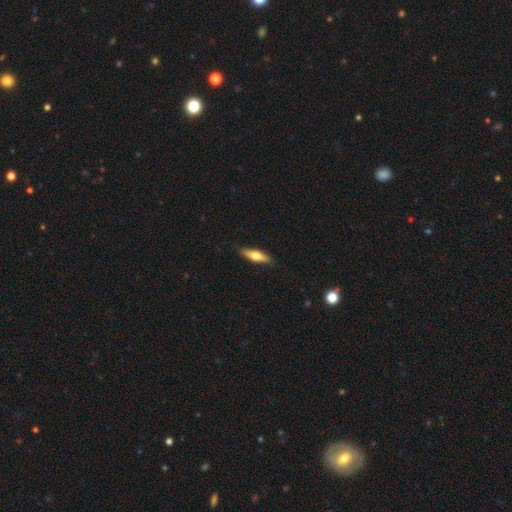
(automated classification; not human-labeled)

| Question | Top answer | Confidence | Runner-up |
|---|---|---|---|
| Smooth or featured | smooth | 53% | featured or disk (41%) |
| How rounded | cigar-shaped | 65% | in between (32%) |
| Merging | none | 87% | minor disturbance (10%) |